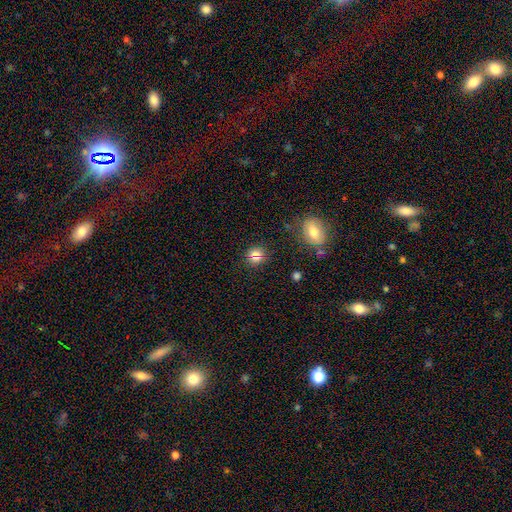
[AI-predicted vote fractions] The model was most divided on "smooth or featured": smooth: 71%, star or artifact: 19%, featured or disk: 10%. More confident: how rounded — round (84%); merging — none (75%).